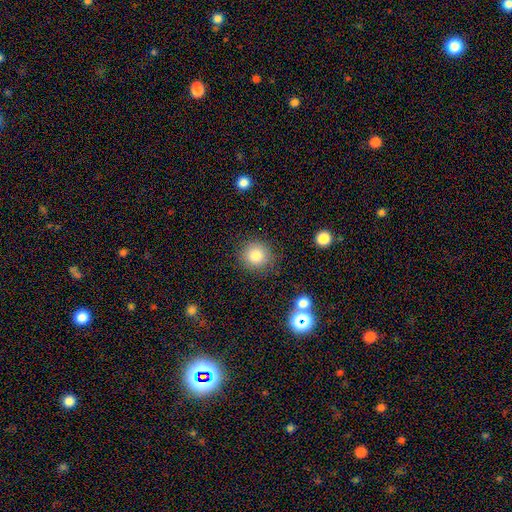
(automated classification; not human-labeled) Smooth or featured? Predicted: smooth (p=0.82). How rounded? Predicted: round (p=0.91). Merging? Predicted: none (p=0.86).